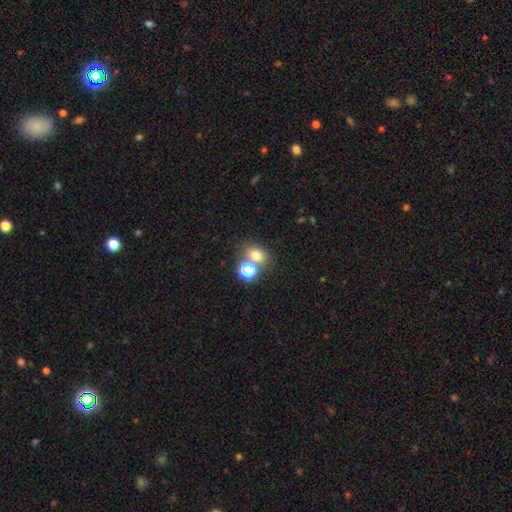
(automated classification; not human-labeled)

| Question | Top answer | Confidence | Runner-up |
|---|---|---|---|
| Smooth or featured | smooth | 69% | star or artifact (21%) |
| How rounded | round | 54% | in between (45%) |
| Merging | none | 58% | merger (28%) |